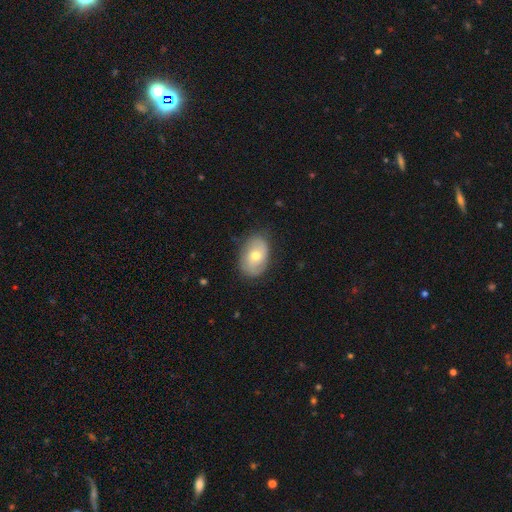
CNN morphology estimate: Smooth or featured: smooth — 60% (featured or disk — 33%)
How rounded: in between — 85% (round — 14%)
Merging: none — 78% (minor disturbance — 17%)